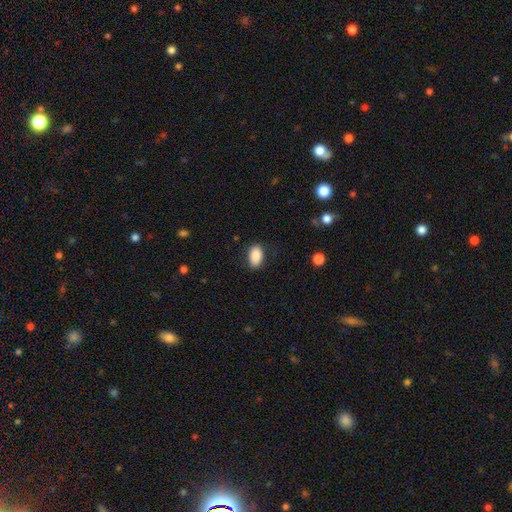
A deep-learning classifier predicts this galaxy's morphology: This appears to be a smooth galaxy with no disk features (89%) that is in between round and cigar-shaped (91%). Merging: none (84%).